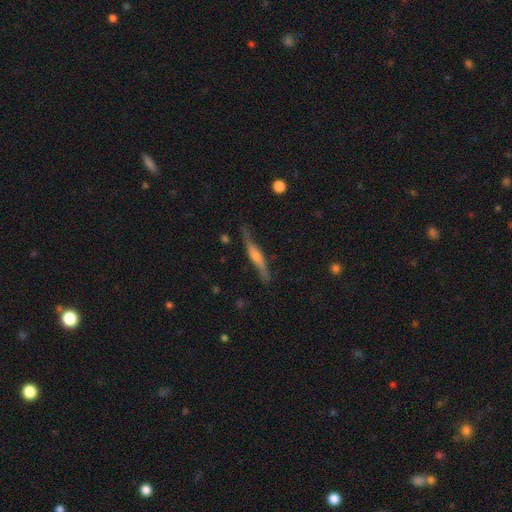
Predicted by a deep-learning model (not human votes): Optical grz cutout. It shows a featured or disk galaxy (65%) viewed edge-on (88%) with a rounded central bulge (67%). Merging: none (71%).